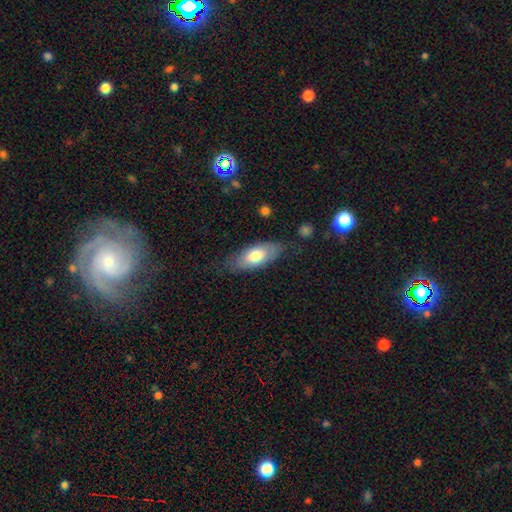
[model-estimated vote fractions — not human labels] Smooth or featured: smooth — 69% (featured or disk — 25%)
How rounded: in between — 84% (cigar-shaped — 14%)
Merging: none — 73% (minor disturbance — 20%)